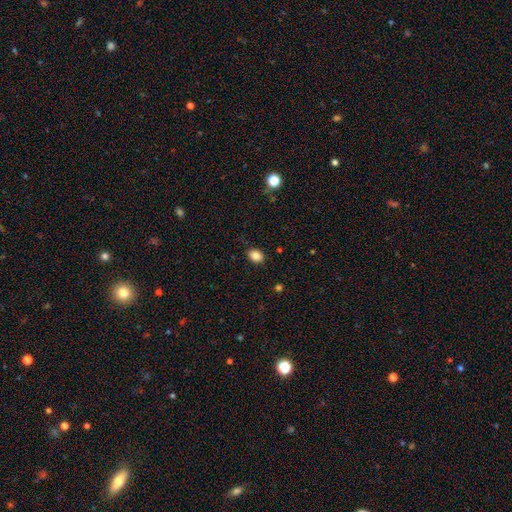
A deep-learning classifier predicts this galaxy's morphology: A smooth galaxy with no disk features (85%) that is in between round and cigar-shaped (59%). Merging: none (87%).